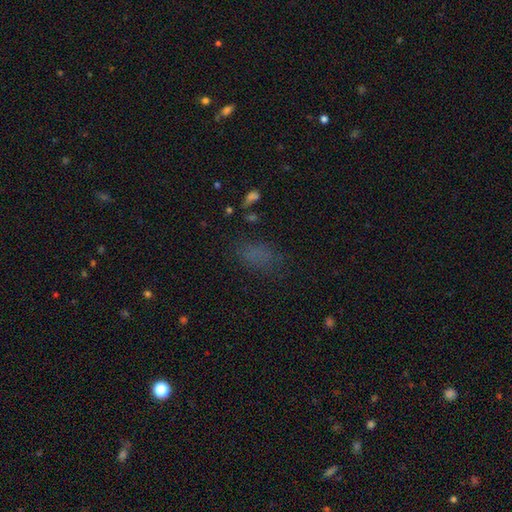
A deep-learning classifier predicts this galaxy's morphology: Smooth or featured: smooth — 66% (star or artifact — 25%)
How rounded: in between — 84% (round — 10%)
Merging: none — 70% (minor disturbance — 17%)